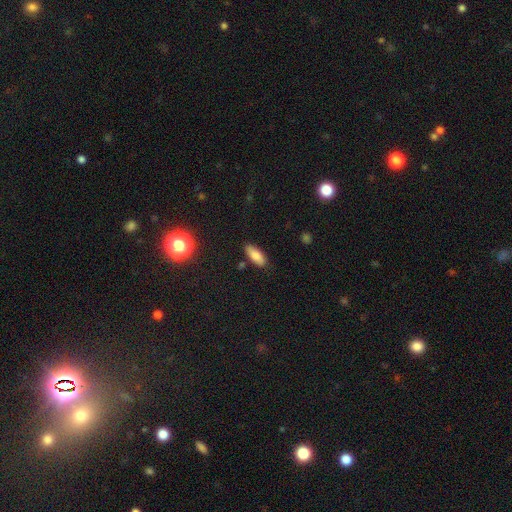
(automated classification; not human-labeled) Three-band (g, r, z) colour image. It shows a smooth galaxy with no disk features (79%) that is in between round and cigar-shaped (78%). Merging: none (83%).